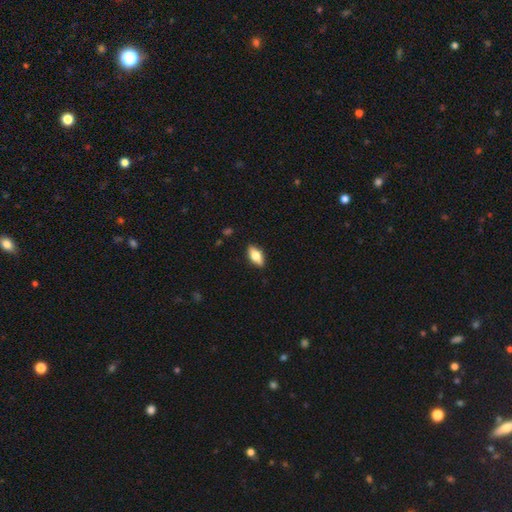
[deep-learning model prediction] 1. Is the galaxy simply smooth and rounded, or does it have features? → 70% smooth, 23% featured or disk, 7% star or artifact.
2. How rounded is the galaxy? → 86% in between, 10% cigar-shaped, 4% round.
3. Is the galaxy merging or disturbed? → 88% none, 9% minor disturbance, 2% major disturbance, 1% merger.